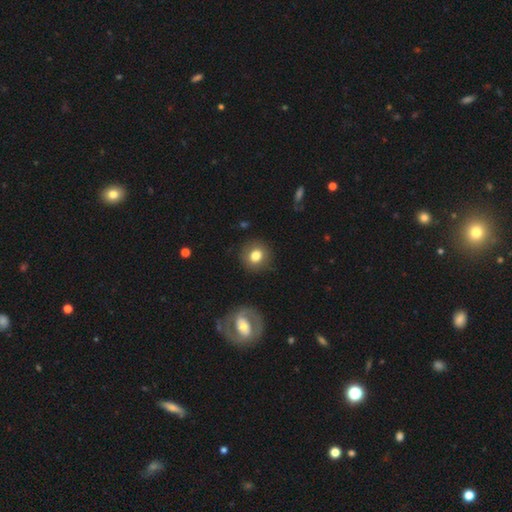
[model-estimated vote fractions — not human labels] This appears to be a smooth galaxy with no disk features (79%) that is round (83%). Merging: none (87%).